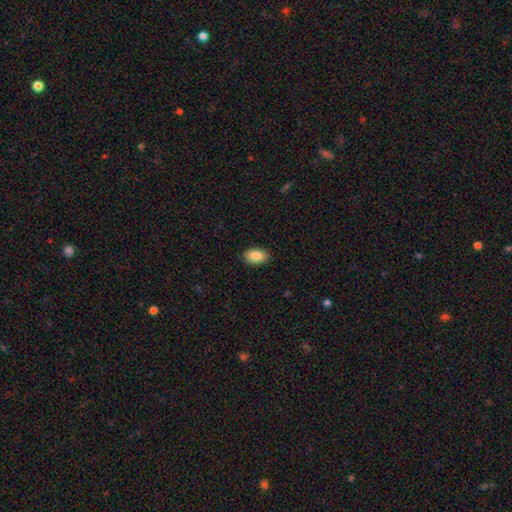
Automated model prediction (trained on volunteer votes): Smooth or featured? Predicted: smooth (p=0.86). How rounded? Predicted: in between (p=0.91). Merging? Predicted: none (p=0.89).